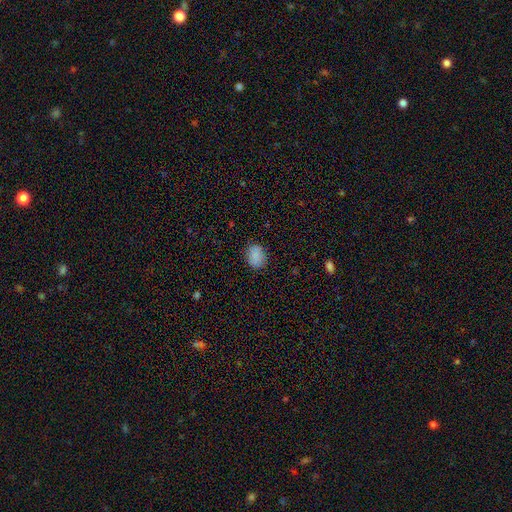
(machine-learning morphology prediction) A smooth galaxy with no disk features (87%) that is in between round and cigar-shaped (61%). Merging: none (85%).